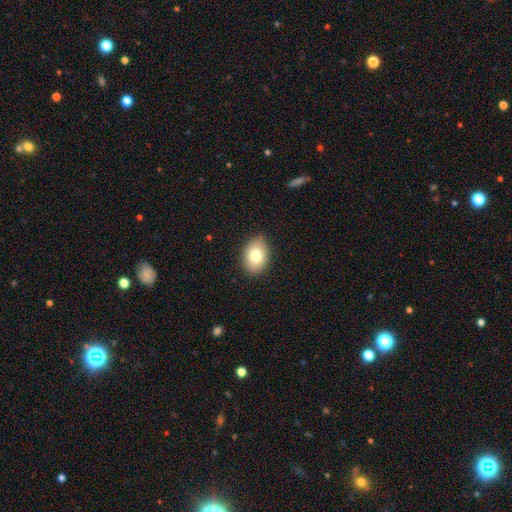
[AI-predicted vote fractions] Smooth or featured?
  - smooth: 78% *
  - featured or disk: 13%
  - star or artifact: 9%
How rounded?
  - in between: 73% *
  - round: 26%
  - cigar-shaped: 1%
Merging?
  - none: 87% *
  - minor disturbance: 10%
  - major disturbance: 2%
  - merger: 1%